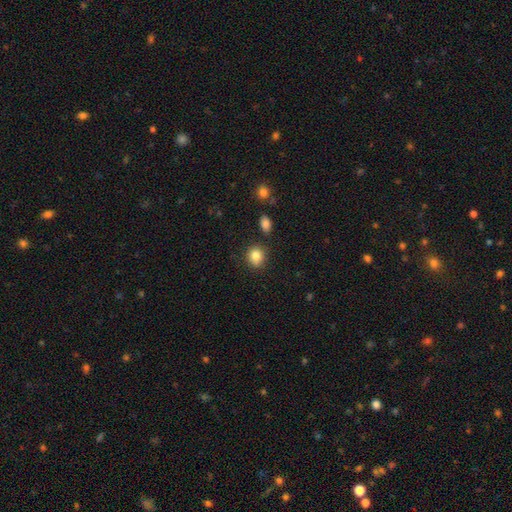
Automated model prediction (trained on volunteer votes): smooth 84%, star or artifact 10%, featured or disk 6%. Down the decision tree: how rounded — round (77%); merging — none (81%).